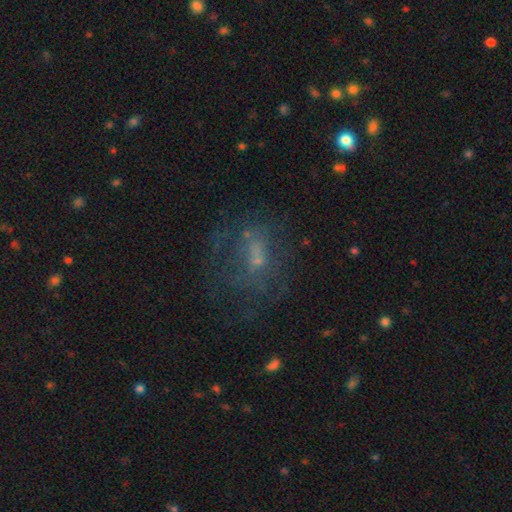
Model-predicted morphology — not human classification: This appears to be a featured or disk galaxy (44%). Merging: none (47%).